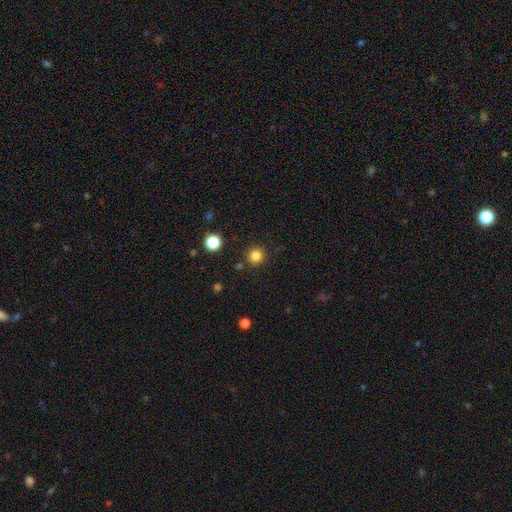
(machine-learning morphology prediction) Smooth or featured: smooth — 83% (star or artifact — 13%)
How rounded: round — 95% (in between — 4%)
Merging: none — 89% (minor disturbance — 6%)